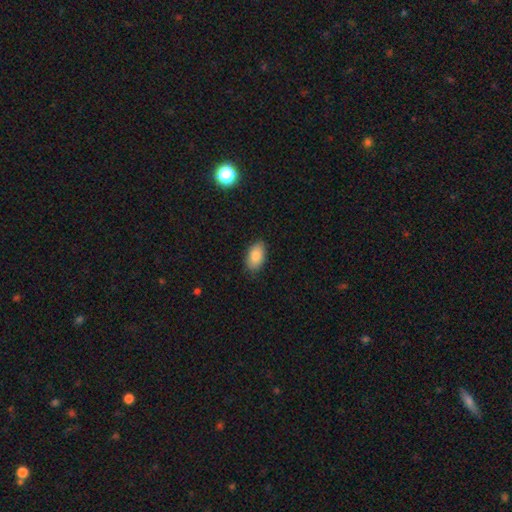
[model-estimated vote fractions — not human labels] Morphology: type=smooth (86%); roundness=in between (93%); merging=none (85%).